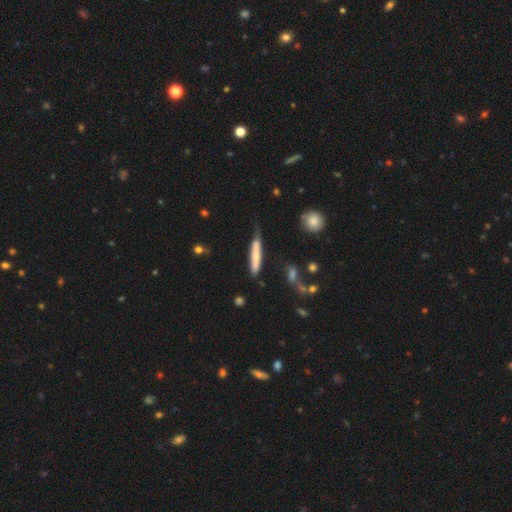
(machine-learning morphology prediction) Smooth or featured?
  - smooth: 67% *
  - featured or disk: 27%
  - star or artifact: 6%
How rounded?
  - cigar-shaped: 92% *
  - in between: 6%
  - round: 1%
Merging?
  - none: 56% *
  - minor disturbance: 30%
  - major disturbance: 9%
  - merger: 5%